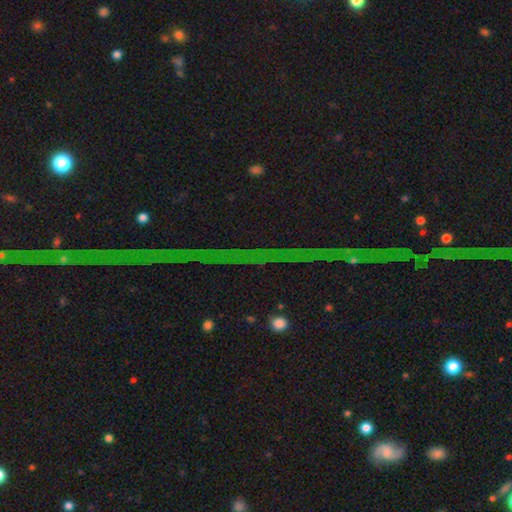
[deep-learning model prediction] star or artifact 82%, featured or disk 11%, smooth 7%.